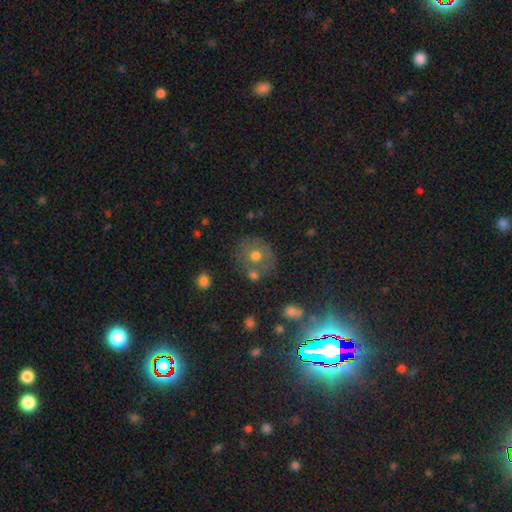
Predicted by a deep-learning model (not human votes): Q: Smooth or featured?
A: smooth (64%); runner-up: featured or disk (23%)
Q: How rounded?
A: round (84%); runner-up: in between (15%)
Q: Merging?
A: none (63%); runner-up: merger (16%)